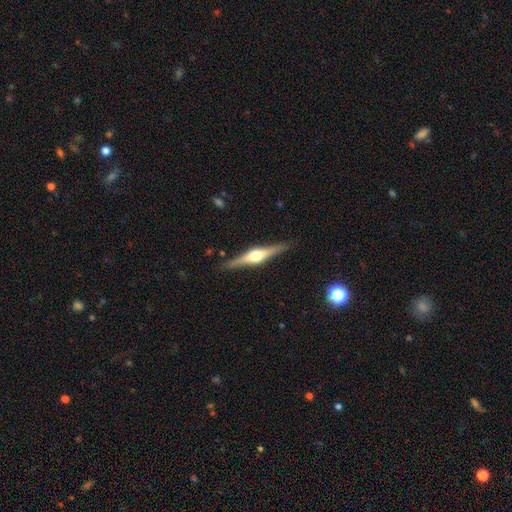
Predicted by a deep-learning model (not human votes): Morphology: type=featured or disk (77%); edge-on=yes (98%); edge-on bulge=rounded (94%); merging=none (88%).